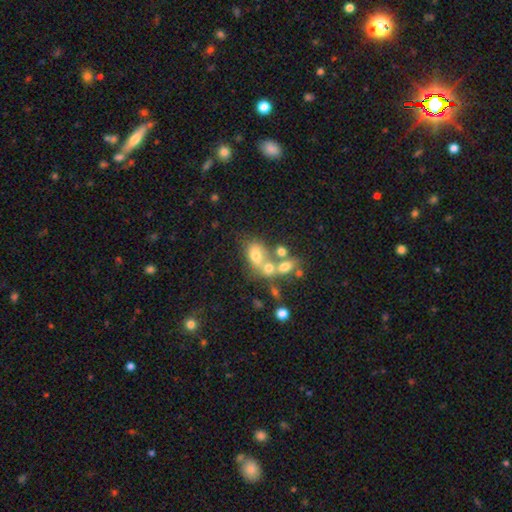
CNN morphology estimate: Smooth or featured? smooth (61%)
How rounded? in between (67%)
Merging? merger (52%)